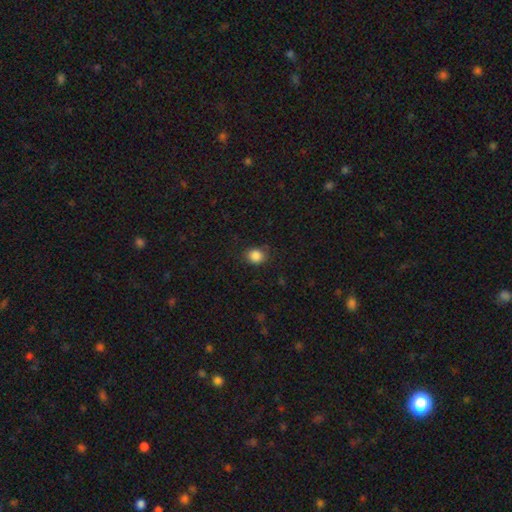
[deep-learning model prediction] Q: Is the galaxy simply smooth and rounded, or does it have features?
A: smooth — 86%.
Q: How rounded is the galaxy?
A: round — 71%.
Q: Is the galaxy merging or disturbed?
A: none — 77%.